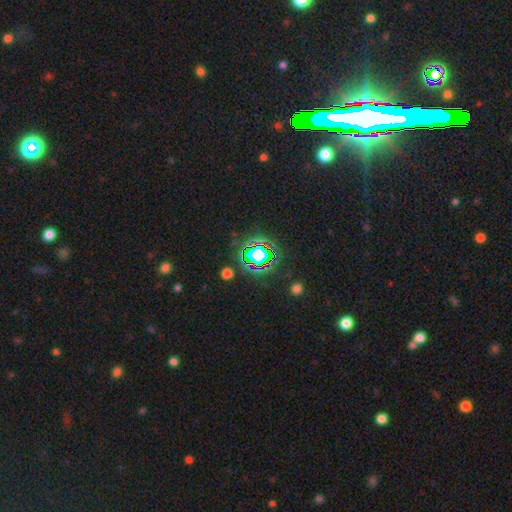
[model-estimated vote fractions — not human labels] A star or artifact, not a galaxy (78%).

Vote fractions:
- Smooth or featured? star or artifact: 78% / smooth: 12% / featured or disk: 10%